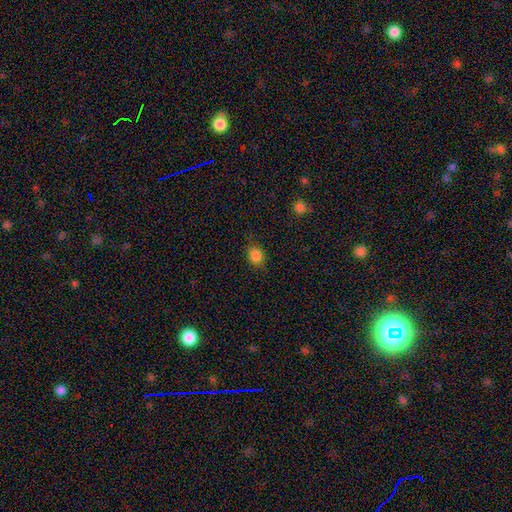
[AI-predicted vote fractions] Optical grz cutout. It shows a smooth galaxy with no disk features (84%) that is round (53%). Merging: none (80%).